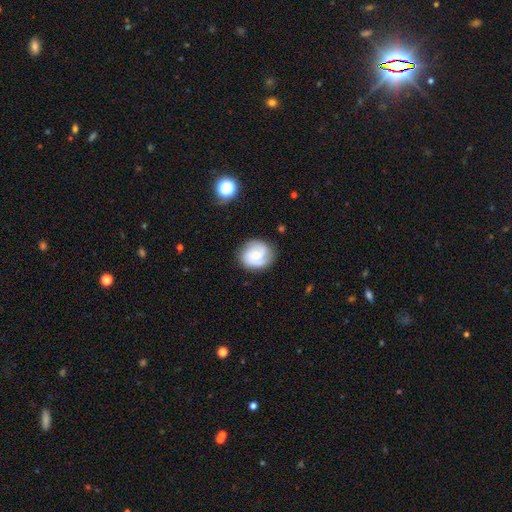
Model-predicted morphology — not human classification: featured or disk 62%, smooth 30%, star or artifact 7%. Down the decision tree: edge-on disk — no (98%); bar — no (66%); spiral arms — yes (93%); spiral arm count — 2 (47%); spiral winding — tight (44%); bulge size — small (58%); merging — none (78%).